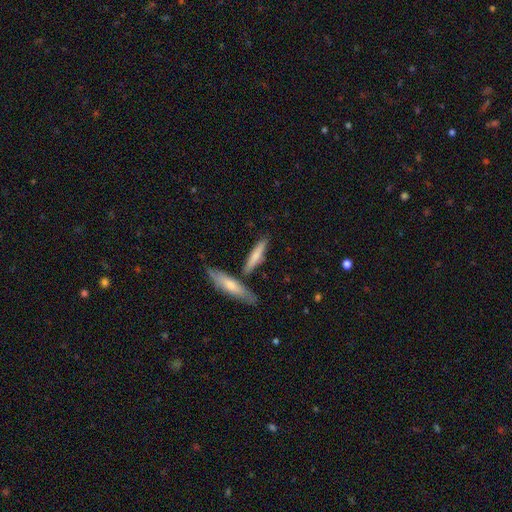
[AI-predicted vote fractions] Q: Smooth or featured?
A: smooth (65%); runner-up: featured or disk (30%)
Q: How rounded?
A: cigar-shaped (84%); runner-up: in between (14%)
Q: Merging?
A: none (70%); runner-up: merger (14%)